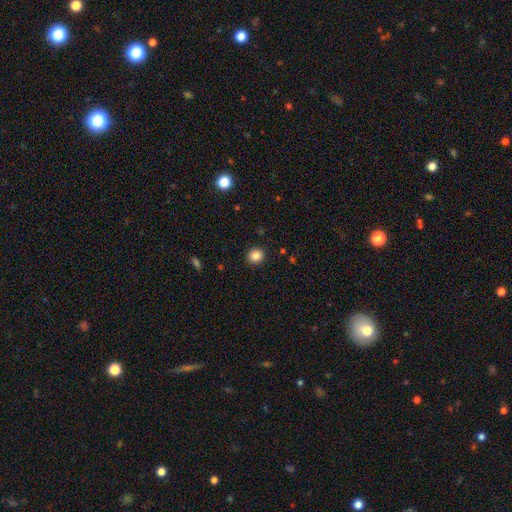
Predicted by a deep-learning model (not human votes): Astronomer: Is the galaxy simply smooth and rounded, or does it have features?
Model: smooth — 84%.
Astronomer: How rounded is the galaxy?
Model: round — 87%.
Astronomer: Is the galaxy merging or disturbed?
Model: none — 92%.